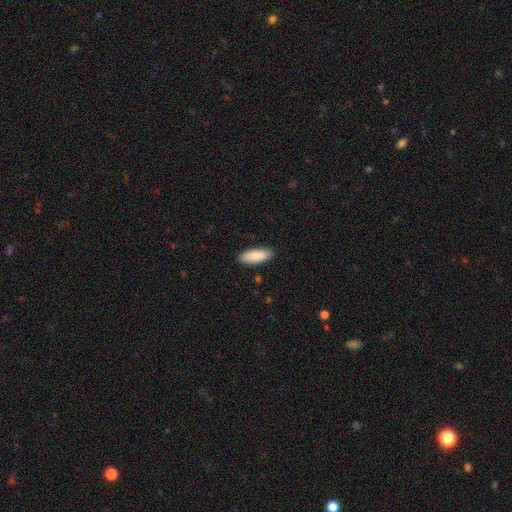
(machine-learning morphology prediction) Q: Smooth or featured?
A: smooth (87%); runner-up: featured or disk (8%)
Q: How rounded?
A: in between (76%); runner-up: cigar-shaped (23%)
Q: Merging?
A: none (88%); runner-up: minor disturbance (9%)